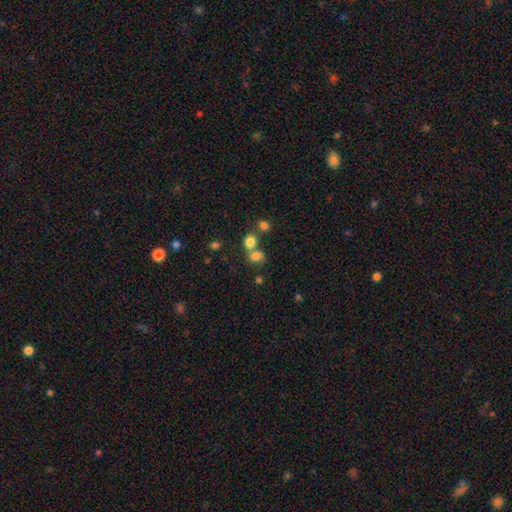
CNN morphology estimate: The model was most divided on "merging": none: 48%, merger: 38%, minor disturbance: 10%, major disturbance: 5%. More confident: smooth or featured — smooth (76%); how rounded — round (54%).